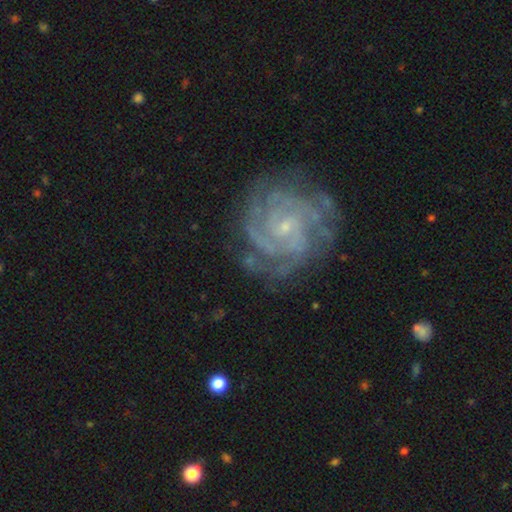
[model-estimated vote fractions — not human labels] This is clearly a featured or disk galaxy (89%). It is clearly not viewed edge-on (98%). Bar: possibly no (56%). Spiral arm pattern: clearly yes (98%). Spiral arm count: marginally 3 (27%). Spiral winding: likely tight (70%). Central bulge: likely small (80%). Merging: likely none (74%).